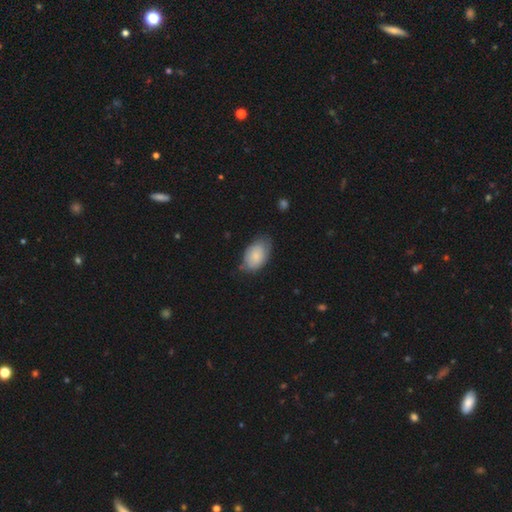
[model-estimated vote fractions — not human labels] Smooth or featured? smooth (81%)
How rounded? in between (92%)
Merging? none (62%)